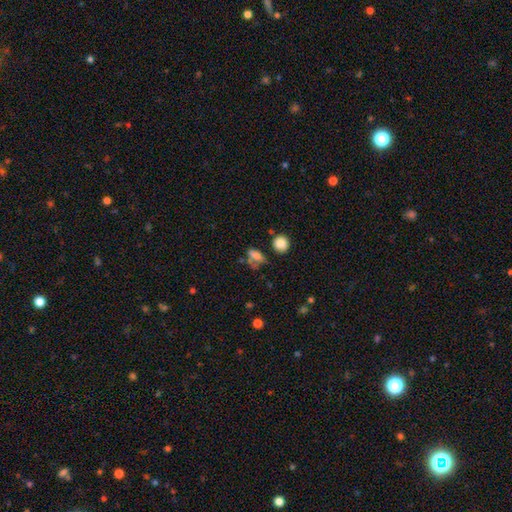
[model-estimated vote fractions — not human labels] This is likely a smooth galaxy (70%). How rounded: likely in between (66%). Merging: marginally none (44%).